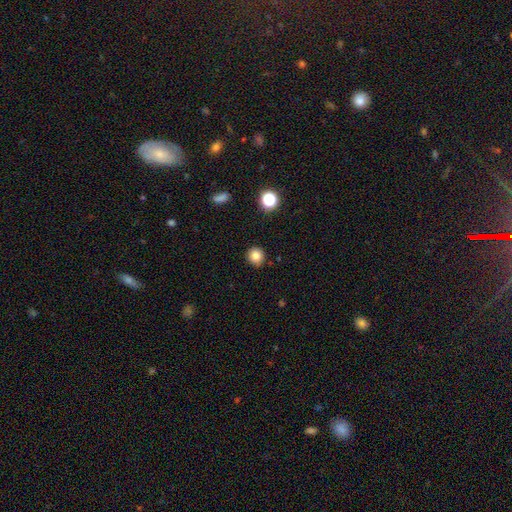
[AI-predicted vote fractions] smooth_or_featured: smooth (p=0.82) [alt: star or artifact p=0.12]
how_rounded: round (p=0.92) [alt: in between p=0.07]
merging: none (p=0.89) [alt: minor disturbance p=0.07]